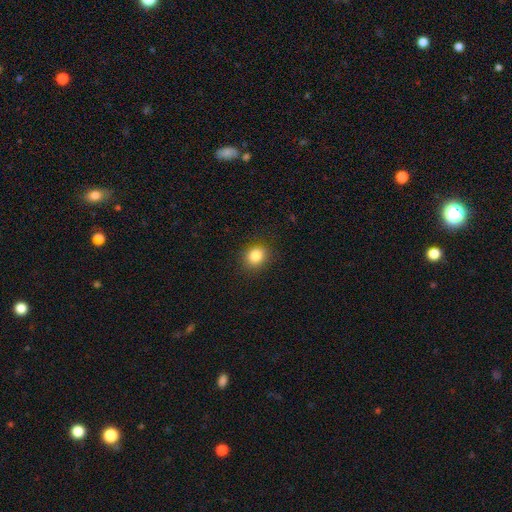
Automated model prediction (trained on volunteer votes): A smooth galaxy with no disk features (84%) that is round (66%).

Vote fractions:
- Smooth or featured? smooth: 84% / star or artifact: 10% / featured or disk: 5%
- How rounded? round: 66% / in between: 33% / cigar-shaped: 1%
- Merging? none: 87% / minor disturbance: 9% / major disturbance: 3% / merger: 1%